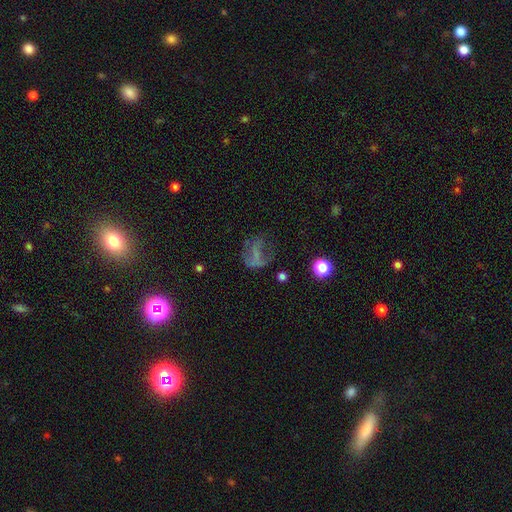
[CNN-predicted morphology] Q: Smooth or featured?
A: featured or disk (39%); runner-up: smooth (37%)
Q: Merging?
A: none (39%); runner-up: major disturbance (37%)